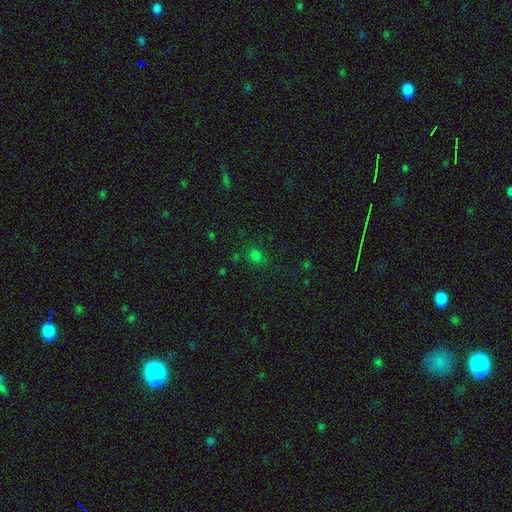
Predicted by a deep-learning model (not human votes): Smooth or featured? smooth (72%)
How rounded? round (69%)
Merging? none (78%)